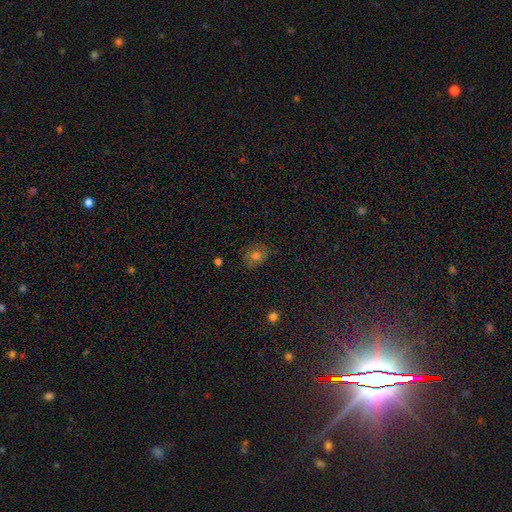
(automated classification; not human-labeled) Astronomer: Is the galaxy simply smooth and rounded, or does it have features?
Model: smooth — 62%.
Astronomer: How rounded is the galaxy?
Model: round — 62% (runner-up: in between, 37%).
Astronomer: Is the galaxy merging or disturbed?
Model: none — 81%.